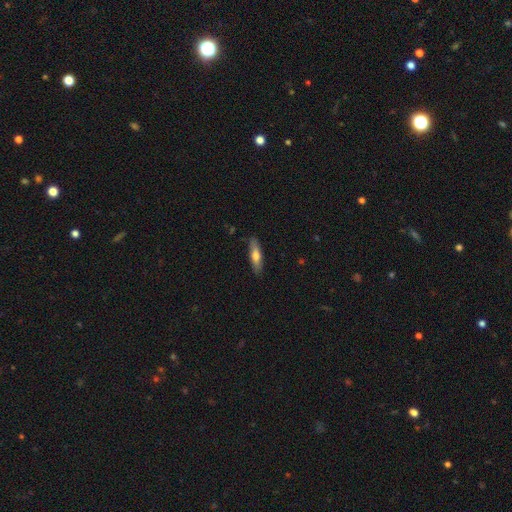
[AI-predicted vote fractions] Smooth or featured: smooth — 63% (featured or disk — 31%)
How rounded: cigar-shaped — 69% (in between — 29%)
Merging: none — 86% (minor disturbance — 11%)